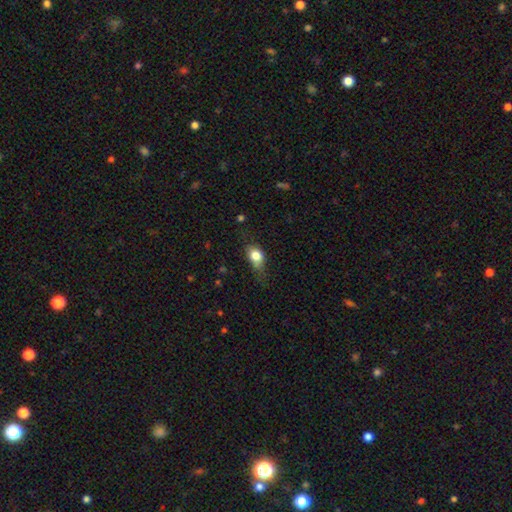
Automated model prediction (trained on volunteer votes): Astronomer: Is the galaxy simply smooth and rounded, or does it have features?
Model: smooth — 78%.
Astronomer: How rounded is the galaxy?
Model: in between — 65%.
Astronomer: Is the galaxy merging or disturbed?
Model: none — 49% (runner-up: minor disturbance, 33%).